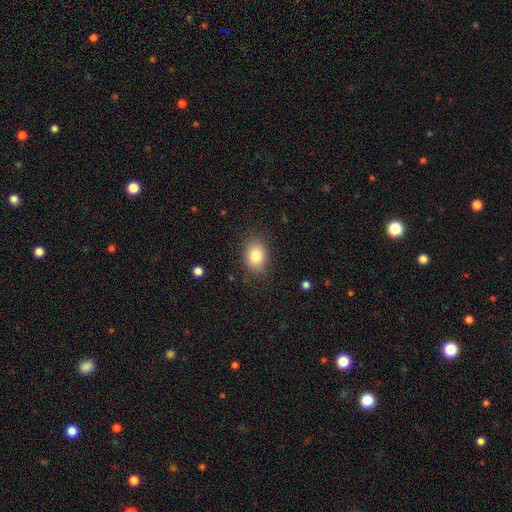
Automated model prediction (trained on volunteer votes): smooth 83%, star or artifact 9%, featured or disk 8%. Down the decision tree: how rounded — in between (68%); merging — none (82%).